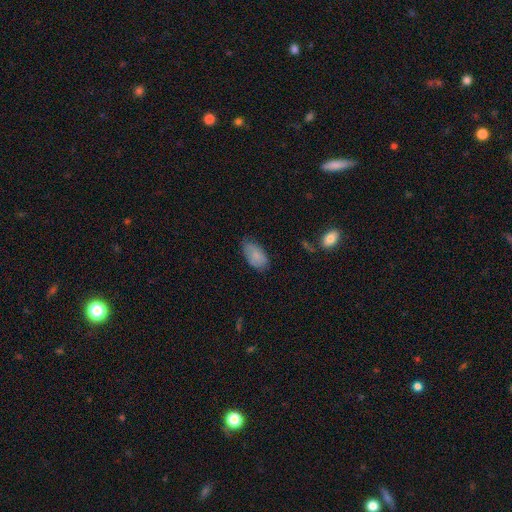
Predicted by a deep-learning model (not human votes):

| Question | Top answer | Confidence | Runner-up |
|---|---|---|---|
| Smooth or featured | smooth | 80% | featured or disk (13%) |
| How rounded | in between | 94% | round (3%) |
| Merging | none | 66% | minor disturbance (27%) |